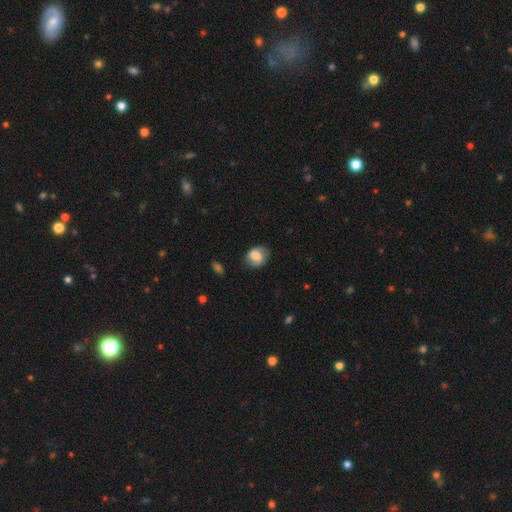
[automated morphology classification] The model was most divided on "how rounded": in between: 55%, round: 43%, cigar-shaped: 1%. More confident: merging — none (69%); smooth or featured — smooth (65%).